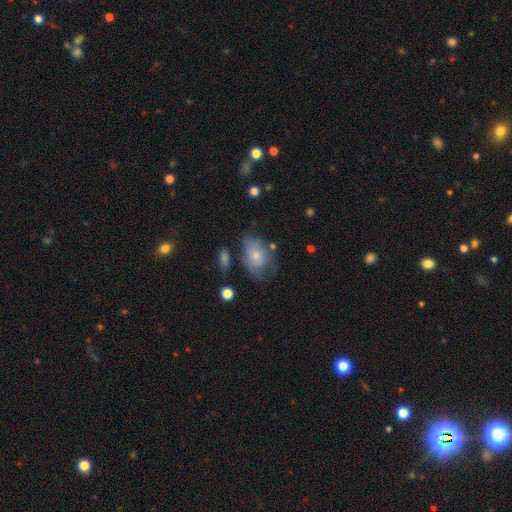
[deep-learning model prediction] smooth 69%, featured or disk 24%, star or artifact 7%. Down the decision tree: how rounded — in between (78%); merging — none (41%).